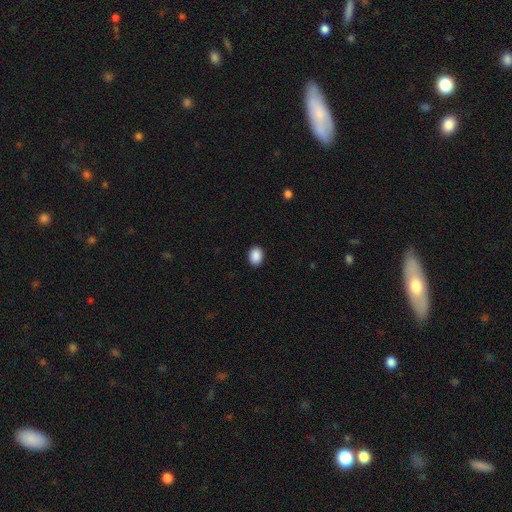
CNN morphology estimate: This is clearly a smooth galaxy (90%). How rounded: likely in between (70%). Merging: clearly none (91%).